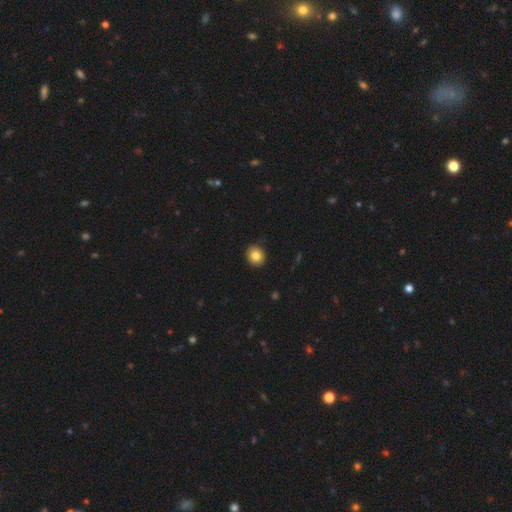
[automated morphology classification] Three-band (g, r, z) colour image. It shows a smooth galaxy with no disk features (84%) that is round (85%). Merging: none (92%).